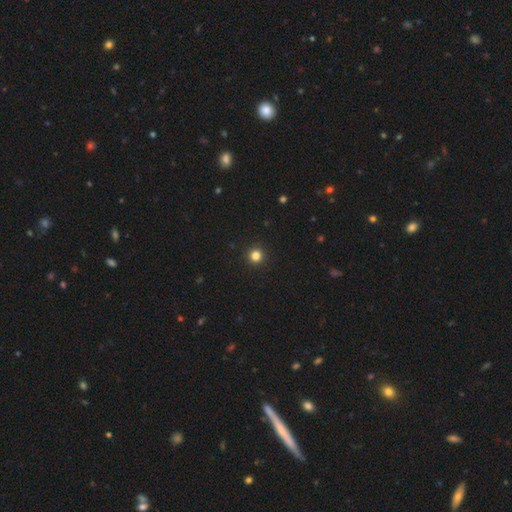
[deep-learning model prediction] Smooth or featured: smooth — 82% (star or artifact — 13%)
How rounded: round — 96% (in between — 3%)
Merging: none — 93% (minor disturbance — 4%)